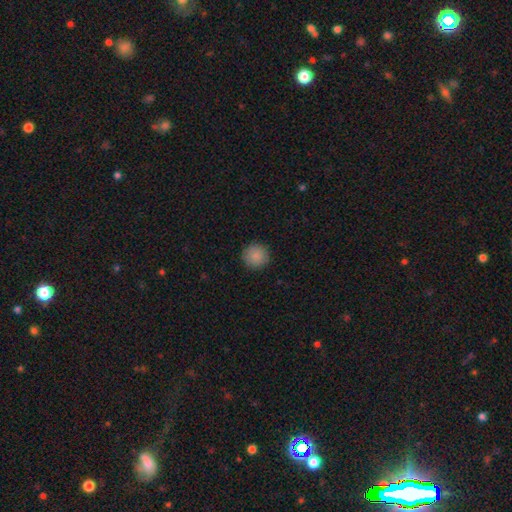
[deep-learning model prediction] Q: Smooth or featured?
A: smooth (87%); runner-up: star or artifact (8%)
Q: How rounded?
A: round (95%); runner-up: in between (4%)
Q: Merging?
A: none (91%); runner-up: minor disturbance (6%)